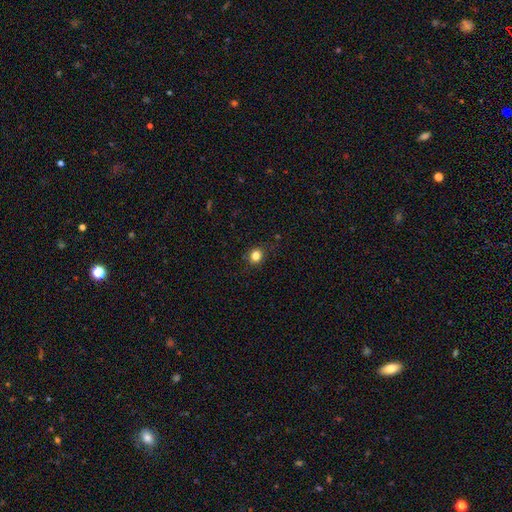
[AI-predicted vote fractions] This appears to be a smooth galaxy with no disk features (82%) that is round (79%). Merging: none (86%).